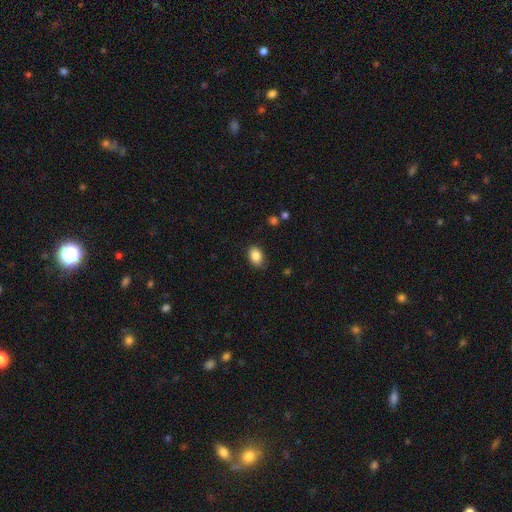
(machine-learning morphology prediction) This is clearly a smooth galaxy (86%). How rounded: likely in between (79%). Merging: likely none (80%).